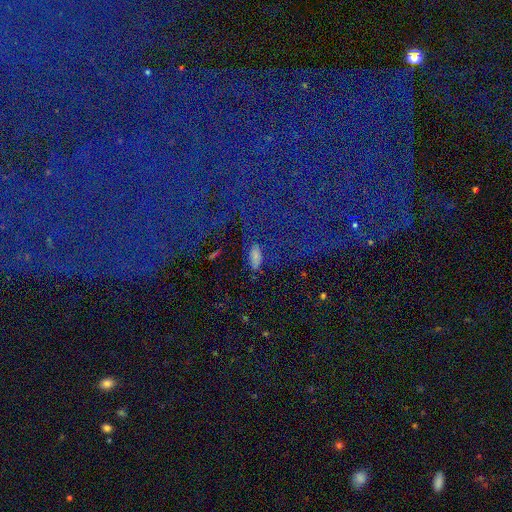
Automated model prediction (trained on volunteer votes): This is marginally a smooth galaxy (43%, tied with star or artifact). Merging: likely none (72%).